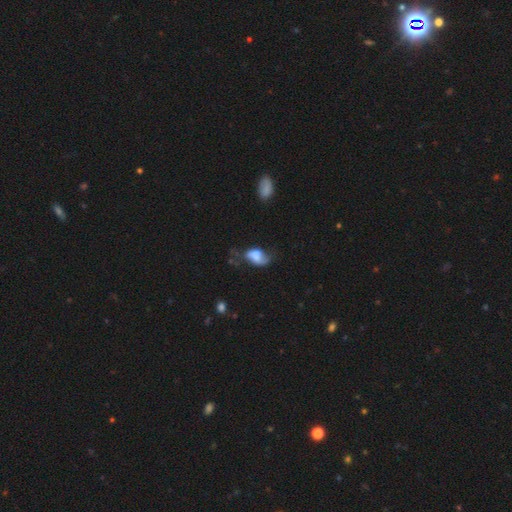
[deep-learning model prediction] Smooth or featured: smooth — 57% (featured or disk — 33%)
How rounded: in between — 87% (round — 11%)
Merging: minor disturbance — 32% (tied with major disturbance — 32%)